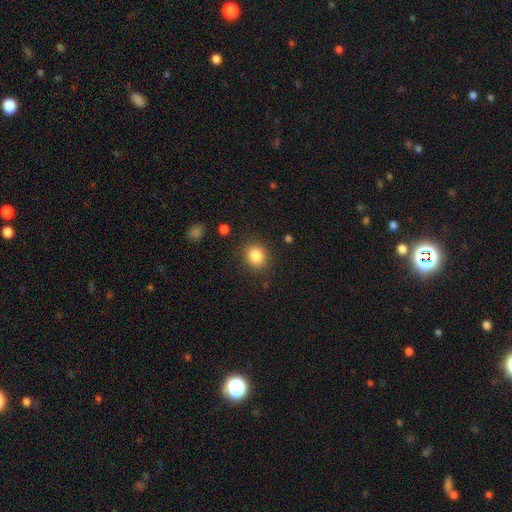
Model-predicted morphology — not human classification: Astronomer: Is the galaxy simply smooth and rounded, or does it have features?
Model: smooth — 85%.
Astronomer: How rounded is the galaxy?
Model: round — 78%.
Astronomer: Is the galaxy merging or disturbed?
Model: none — 87%.